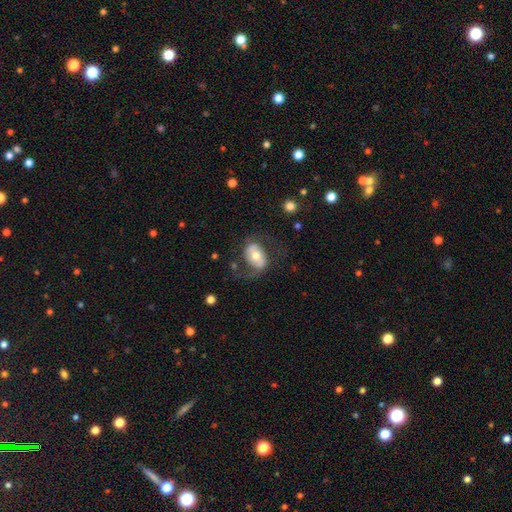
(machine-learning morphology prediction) featured or disk 55%, smooth 39%, star or artifact 6%. Down the decision tree: edge-on disk — no (95%); bar — no (49%); spiral arms — yes (70%); bulge size — moderate (69%); merging — none (56%).